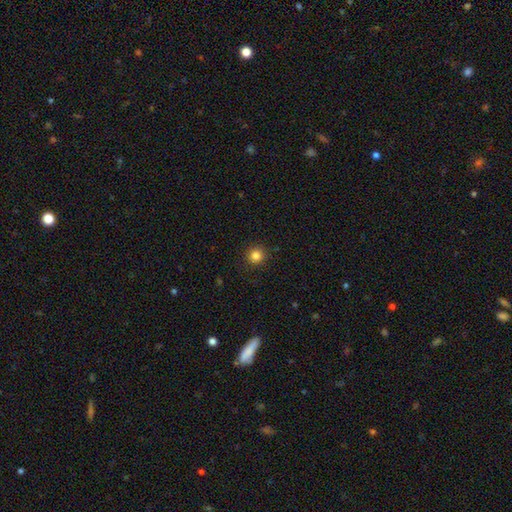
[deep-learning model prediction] Overall: smooth (84%). How rounded: round (94%). Merging: none (91%).